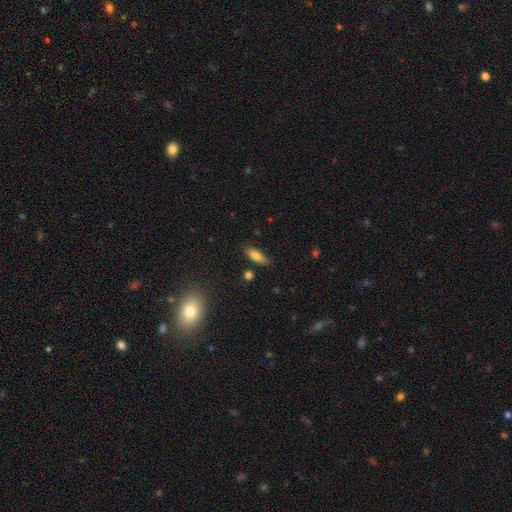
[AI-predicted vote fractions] smooth_or_featured: smooth (p=0.75) [alt: featured or disk p=0.17]
how_rounded: in between (p=0.65) [alt: cigar-shaped p=0.32]
merging: none (p=0.81) [alt: minor disturbance p=0.13]